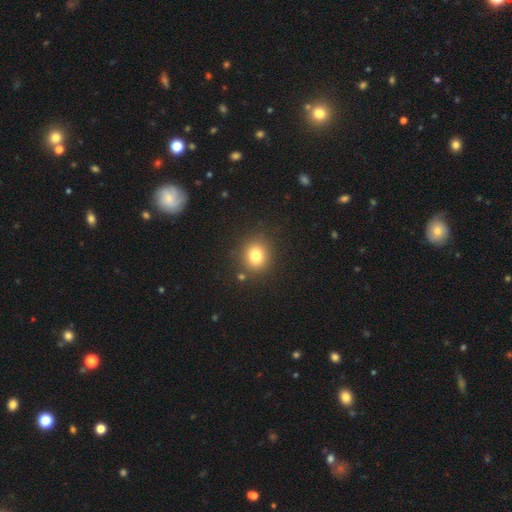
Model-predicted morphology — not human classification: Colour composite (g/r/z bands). It shows a smooth galaxy with no disk features (79%) that is round (80%). Merging: none (86%).